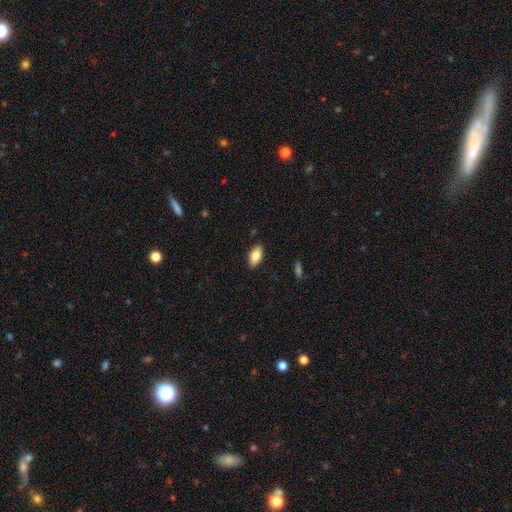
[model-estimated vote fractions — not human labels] smooth-or-featured: smooth: 79% | featured or disk: 14% | star or artifact: 7%
  how-rounded: in between: 89% | cigar-shaped: 7% | round: 3%
  merging: none: 87% | minor disturbance: 10% | major disturbance: 2% | merger: 1%